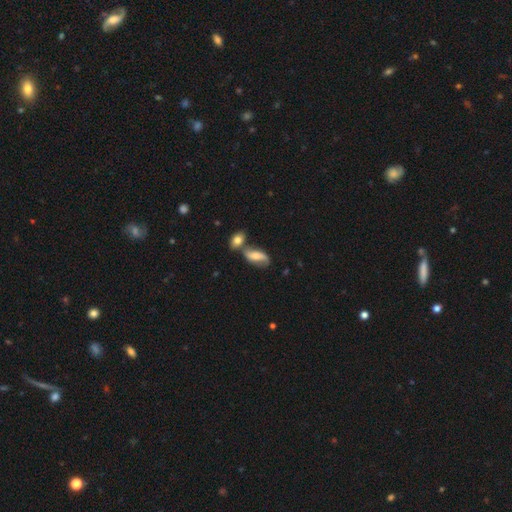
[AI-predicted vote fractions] smooth 49%, featured or disk 43%, star or artifact 8%. Down the decision tree: merging — none (45%).